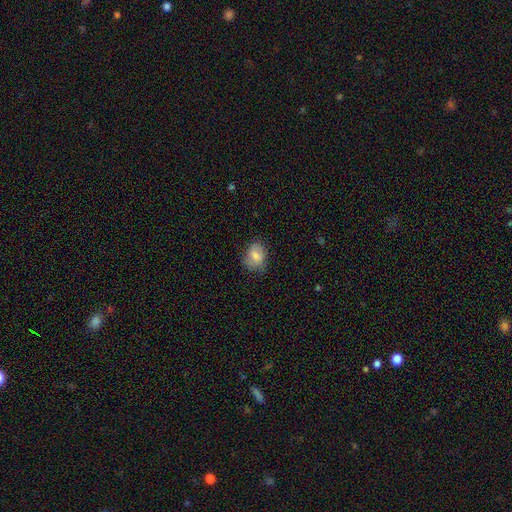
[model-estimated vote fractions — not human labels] The model was most divided on "how rounded": in between: 60%, round: 38%, cigar-shaped: 1%. More confident: smooth or featured — smooth (76%); merging — none (68%).